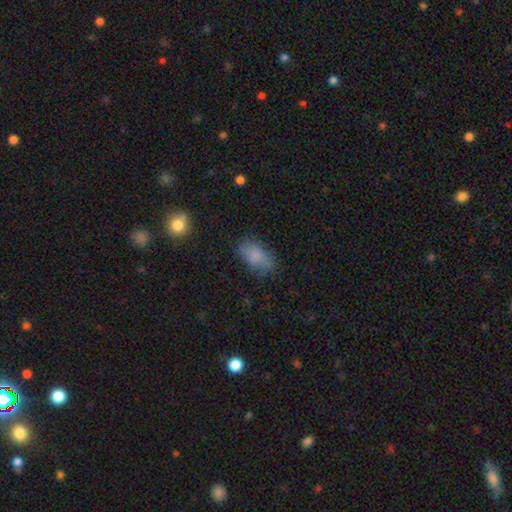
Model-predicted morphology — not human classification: Smooth or featured?
  - smooth: 77% *
  - featured or disk: 13%
  - star or artifact: 10%
How rounded?
  - in between: 89% *
  - round: 6%
  - cigar-shaped: 5%
Merging?
  - none: 65% *
  - minor disturbance: 24%
  - major disturbance: 9%
  - merger: 2%